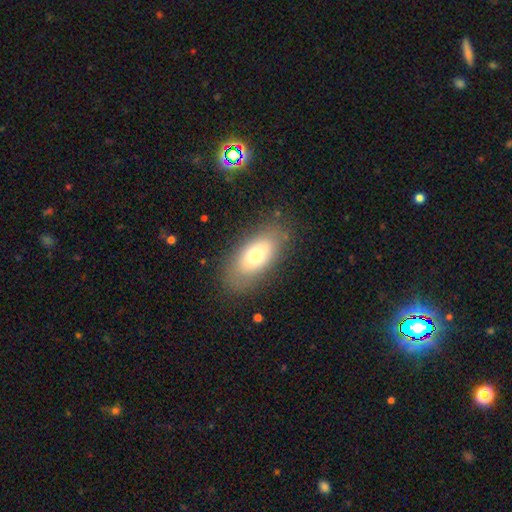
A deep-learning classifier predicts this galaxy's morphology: Smooth or featured? Predicted: smooth (p=0.69). How rounded? Predicted: in between (p=0.88). Merging? Predicted: none (p=0.82).